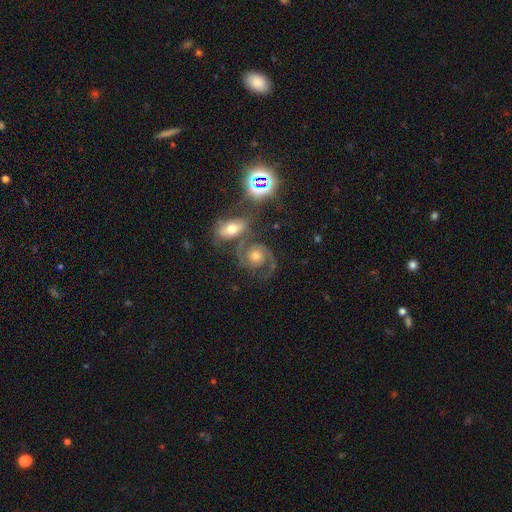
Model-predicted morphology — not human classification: The model was most divided on "spiral winding": medium: 50%, tight: 38%, loose: 12%. Remaining: edge-on disk — no (98%); spiral arms — yes (96%); spiral arm count — 2 (86%); smooth or featured — featured or disk (79%); bar — no (74%); bulge size — moderate (67%); merging — none (48%).